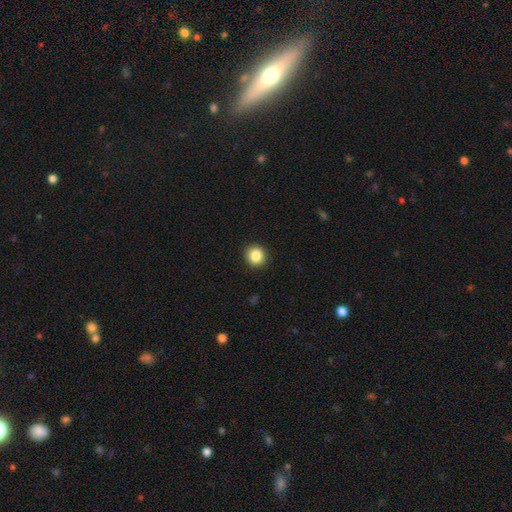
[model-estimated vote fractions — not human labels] Smooth or featured?
  - smooth: 86% *
  - star or artifact: 9%
  - featured or disk: 5%
How rounded?
  - round: 88% *
  - in between: 11%
  - cigar-shaped: 1%
Merging?
  - none: 92% *
  - minor disturbance: 6%
  - major disturbance: 2%
  - merger: 1%